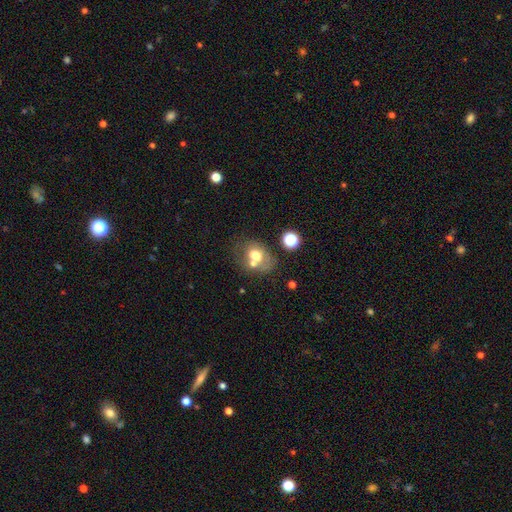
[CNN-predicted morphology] smooth_or_featured: smooth (p=0.61) [alt: featured or disk p=0.27]
how_rounded: in between (p=0.55) [alt: round p=0.44]
merging: none (p=0.40) [alt: merger p=0.36]